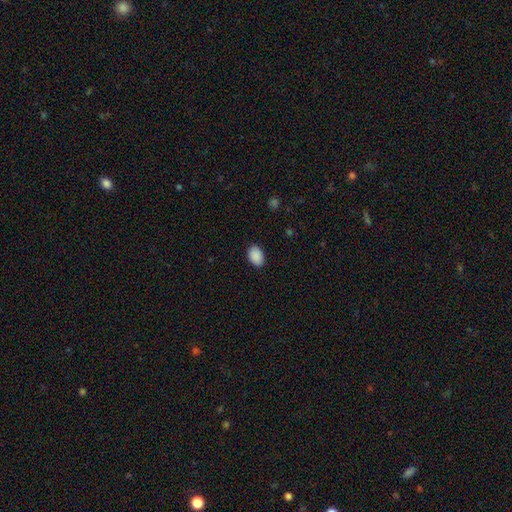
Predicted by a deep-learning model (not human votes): A smooth galaxy with no disk features (91%) that is in between round and cigar-shaped (86%).

Vote fractions:
- Smooth or featured? smooth: 91% / star or artifact: 7% / featured or disk: 2%
- How rounded? in between: 86% / round: 13% / cigar-shaped: 1%
- Merging? none: 88% / minor disturbance: 9% / major disturbance: 2% / merger: 1%